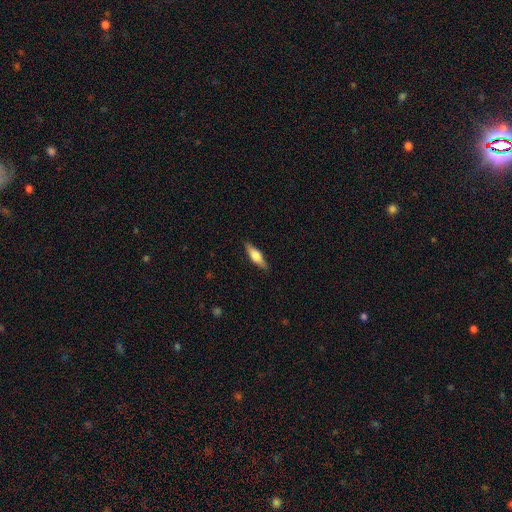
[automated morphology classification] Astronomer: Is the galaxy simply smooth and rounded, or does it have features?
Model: smooth — 57% (runner-up: featured or disk, 36%).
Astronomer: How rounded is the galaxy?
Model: cigar-shaped — 54% (runner-up: in between, 43%).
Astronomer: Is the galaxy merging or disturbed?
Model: none — 87%.